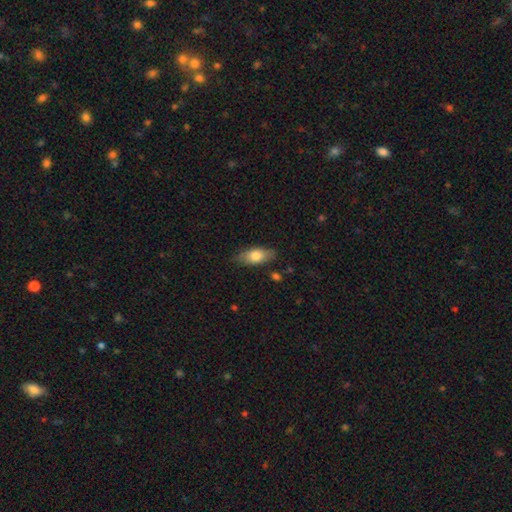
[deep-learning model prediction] smooth_or_featured: smooth (p=0.74) [alt: featured or disk p=0.20]
how_rounded: in between (p=0.84) [alt: cigar-shaped p=0.12]
merging: none (p=0.80) [alt: minor disturbance p=0.16]